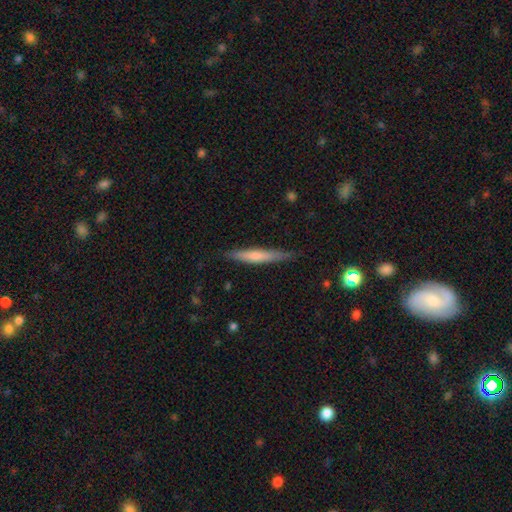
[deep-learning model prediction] smooth 53%, featured or disk 41%, star or artifact 6%. Down the decision tree: how rounded — cigar-shaped (94%); merging — none (84%).